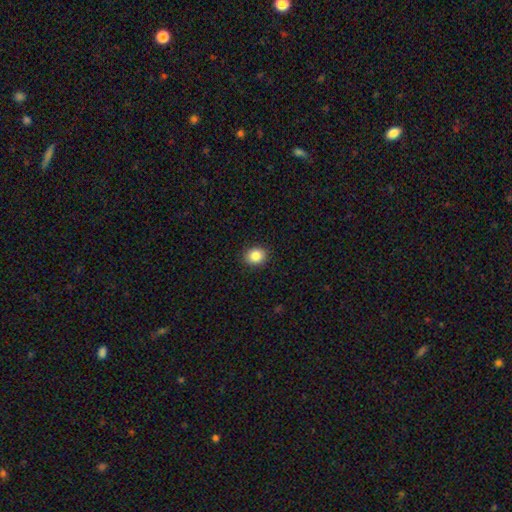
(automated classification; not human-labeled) The model was most divided on "how rounded": round: 64%, in between: 35%, cigar-shaped: 1%. More confident: merging — none (90%); smooth or featured — smooth (86%).